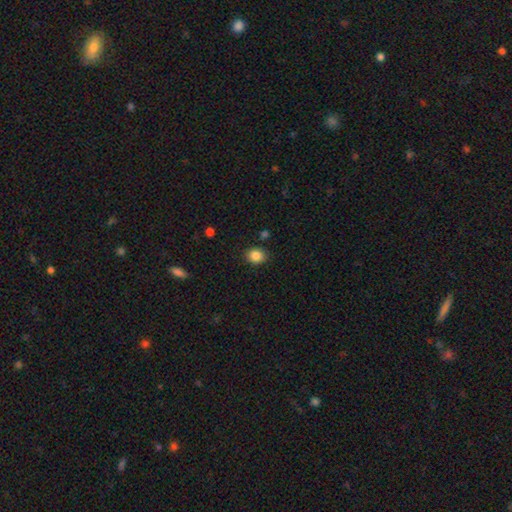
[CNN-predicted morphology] Smooth or featured: smooth — 86% (star or artifact — 10%)
How rounded: round — 63% (in between — 36%)
Merging: none — 85% (minor disturbance — 10%)